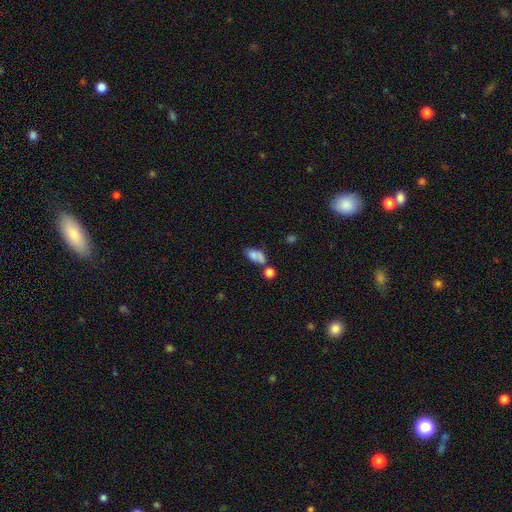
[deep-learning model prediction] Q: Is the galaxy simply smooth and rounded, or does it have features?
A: smooth — 69%.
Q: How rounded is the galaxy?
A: in between — 84%.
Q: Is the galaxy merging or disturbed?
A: merger — 36%.